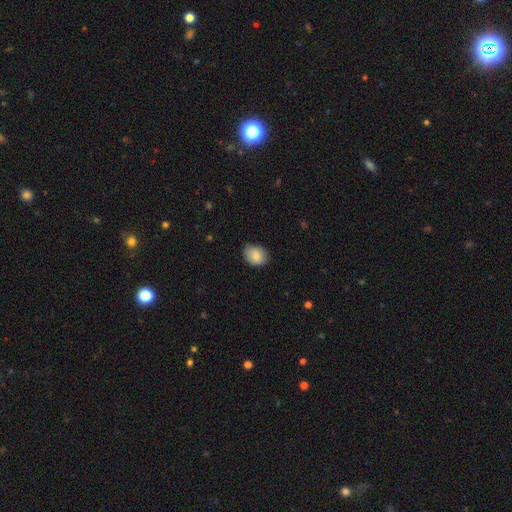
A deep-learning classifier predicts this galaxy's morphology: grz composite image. It shows a smooth galaxy with no disk features (85%) that is round (50%). Merging: none (75%).